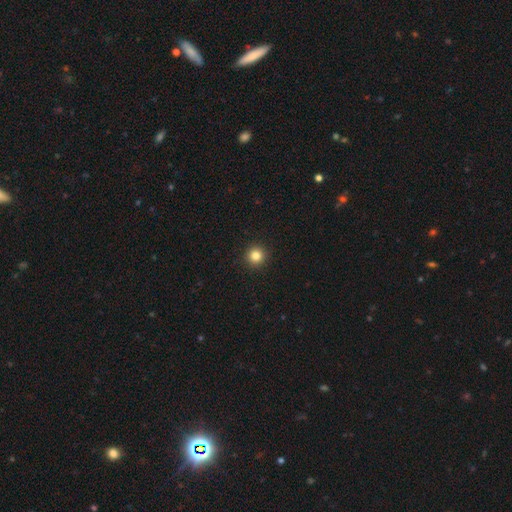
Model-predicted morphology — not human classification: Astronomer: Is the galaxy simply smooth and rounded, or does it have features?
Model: smooth — 83%.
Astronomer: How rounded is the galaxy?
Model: round — 95%.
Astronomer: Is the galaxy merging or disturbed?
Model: none — 93%.